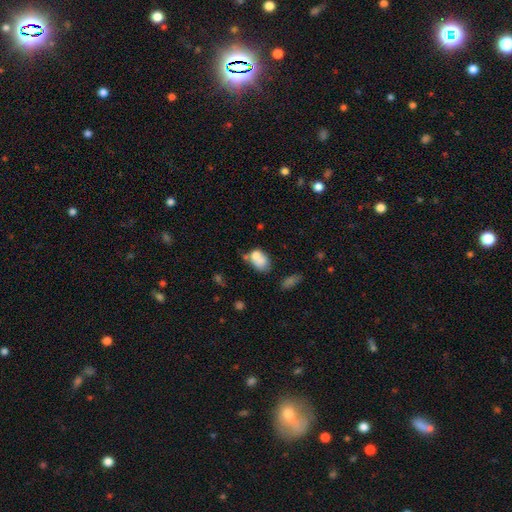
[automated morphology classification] Overall: smooth (72%). How rounded: in between (75%). Merging: merger (41%; none 32%).